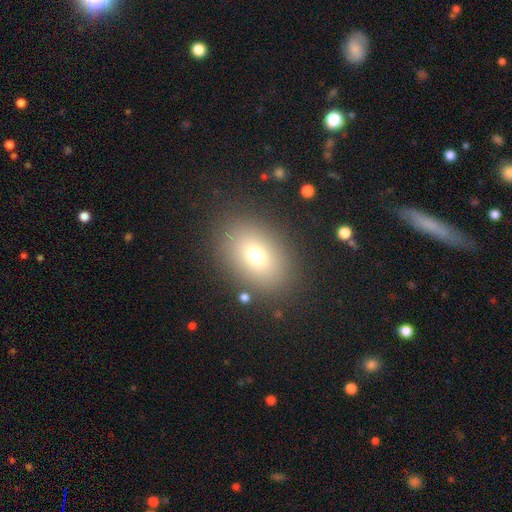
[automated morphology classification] smooth_or_featured: smooth (p=0.71) [alt: star or artifact p=0.14]
how_rounded: in between (p=0.70) [alt: round p=0.29]
merging: none (p=0.85) [alt: minor disturbance p=0.09]